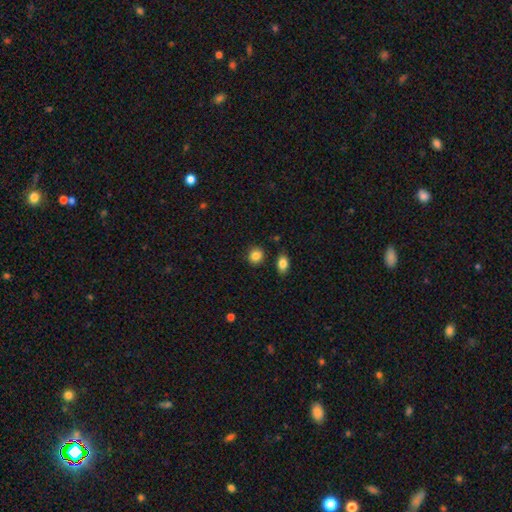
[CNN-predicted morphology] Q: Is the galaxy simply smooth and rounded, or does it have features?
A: smooth — 86%.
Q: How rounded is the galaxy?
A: round — 78%.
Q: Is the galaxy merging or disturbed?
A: none — 85%.